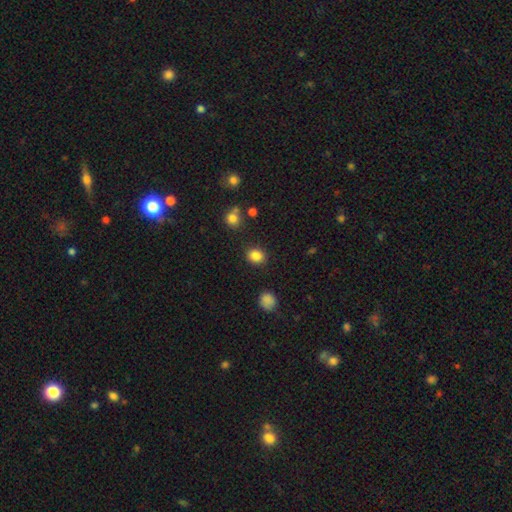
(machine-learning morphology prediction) A smooth galaxy with no disk features (85%) that is round (66%).

Vote fractions:
- Smooth or featured? smooth: 85% / star or artifact: 11% / featured or disk: 4%
- How rounded? round: 66% / in between: 33% / cigar-shaped: 1%
- Merging? none: 87% / minor disturbance: 8% / major disturbance: 3% / merger: 2%